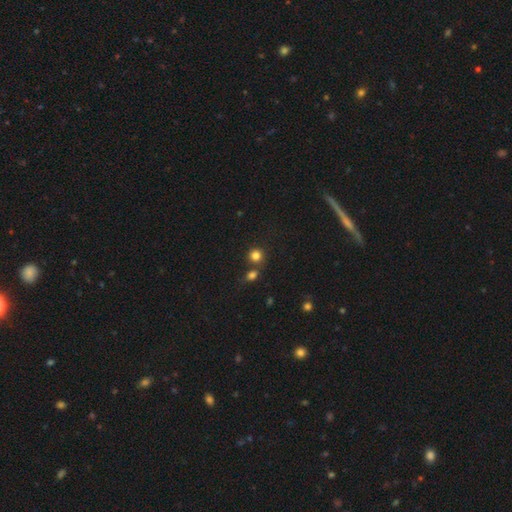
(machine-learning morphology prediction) smooth-or-featured: smooth: 81% | star or artifact: 13% | featured or disk: 5%
  how-rounded: round: 87% | in between: 12% | cigar-shaped: 1%
  merging: none: 68% | merger: 21% | minor disturbance: 8% | major disturbance: 3%